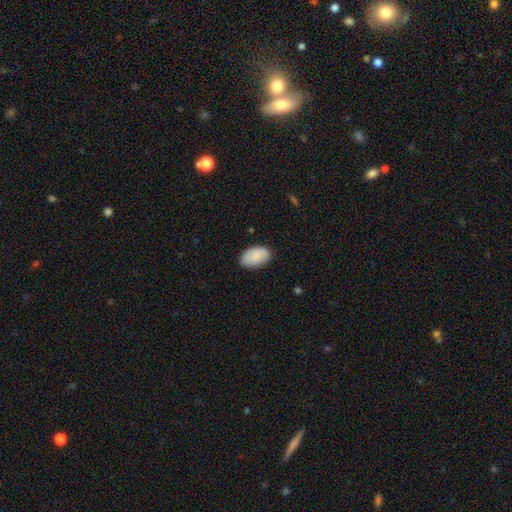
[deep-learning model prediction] The model was most divided on "merging": none: 79%, minor disturbance: 17%, major disturbance: 3%, merger: 1%. More confident: how rounded — in between (93%); smooth or featured — smooth (82%).